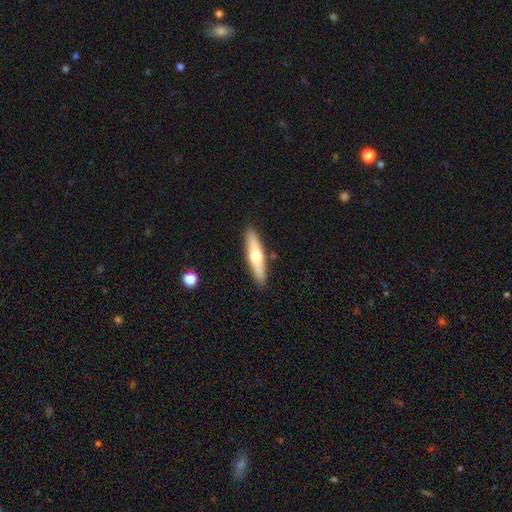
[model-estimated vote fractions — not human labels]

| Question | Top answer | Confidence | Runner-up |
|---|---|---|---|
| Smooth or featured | smooth | 53% | featured or disk (41%) |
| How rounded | cigar-shaped | 79% | in between (19%) |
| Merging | none | 89% | minor disturbance (7%) |